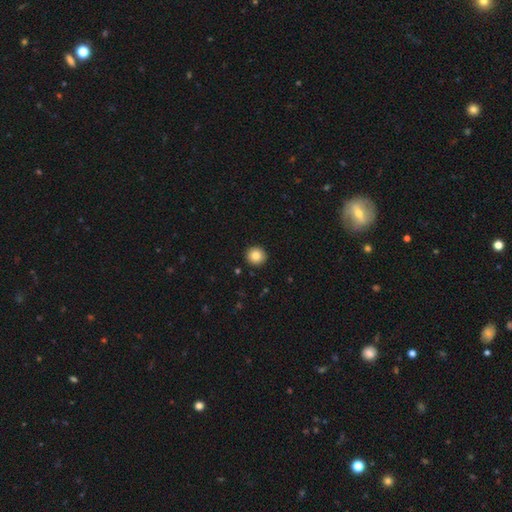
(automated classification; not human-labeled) Overall: smooth (84%). How rounded: round (95%). Merging: none (93%).